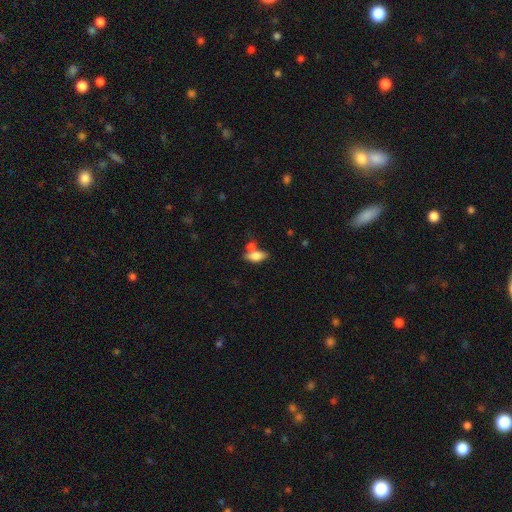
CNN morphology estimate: Smooth or featured: smooth — 73% (featured or disk — 19%)
How rounded: in between — 79% (cigar-shaped — 16%)
Merging: none — 52% (merger — 29%)